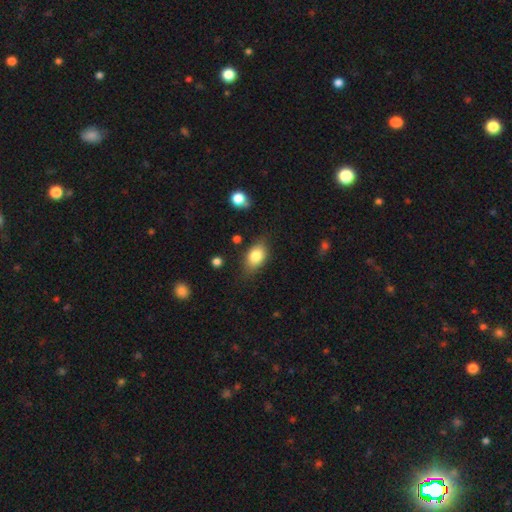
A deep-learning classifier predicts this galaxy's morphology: Smooth or featured?
  - smooth: 81% *
  - featured or disk: 11%
  - star or artifact: 8%
How rounded?
  - in between: 85% *
  - round: 12%
  - cigar-shaped: 2%
Merging?
  - none: 77% *
  - minor disturbance: 17%
  - major disturbance: 4%
  - merger: 2%